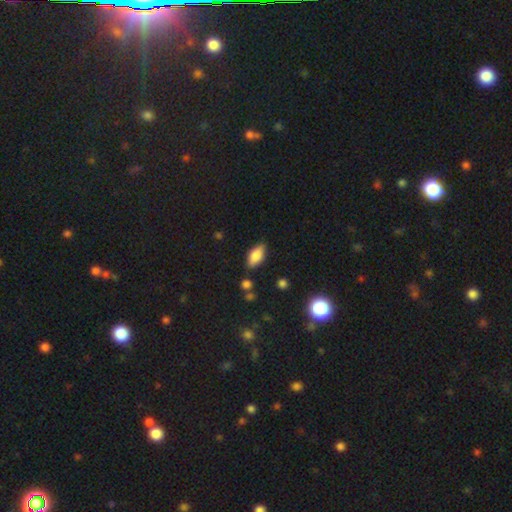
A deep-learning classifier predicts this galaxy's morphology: smooth_or_featured: smooth (p=0.81) [alt: featured or disk p=0.12]
how_rounded: in between (p=0.88) [alt: cigar-shaped p=0.09]
merging: none (p=0.82) [alt: minor disturbance p=0.13]